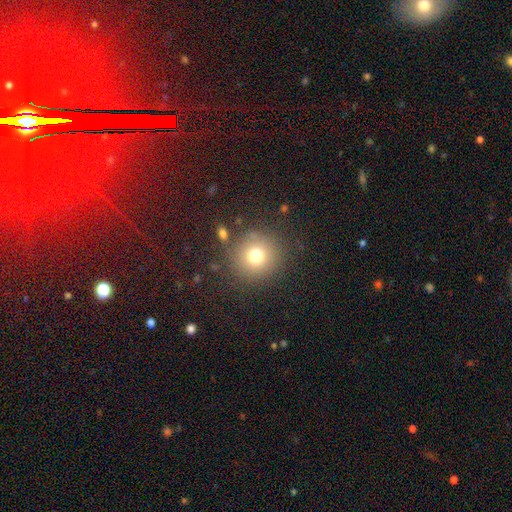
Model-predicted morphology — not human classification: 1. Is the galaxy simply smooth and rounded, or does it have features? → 74% smooth, 15% star or artifact, 11% featured or disk.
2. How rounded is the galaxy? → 93% round, 6% in between, 1% cigar-shaped.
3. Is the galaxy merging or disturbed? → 83% none, 9% minor disturbance, 5% major disturbance, 3% merger.